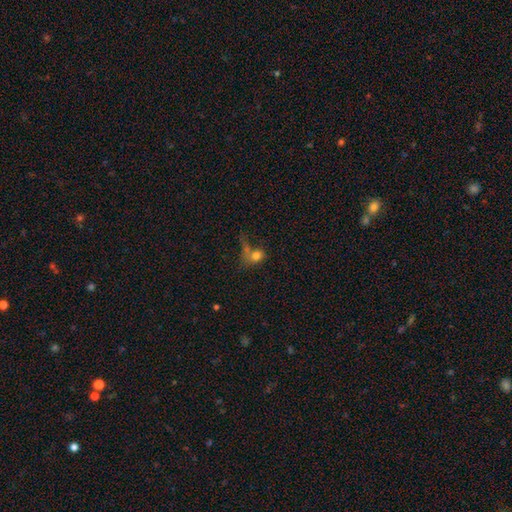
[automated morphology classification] Smooth or featured? Predicted: smooth (p=0.74). How rounded? Predicted: in between (p=0.52). Merging? Predicted: merger (p=0.32).